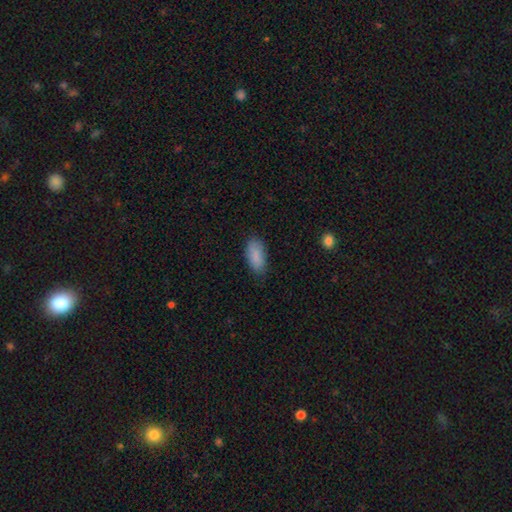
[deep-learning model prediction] This is clearly a smooth galaxy (88%). How rounded: clearly in between (91%). Merging: clearly none (80%).